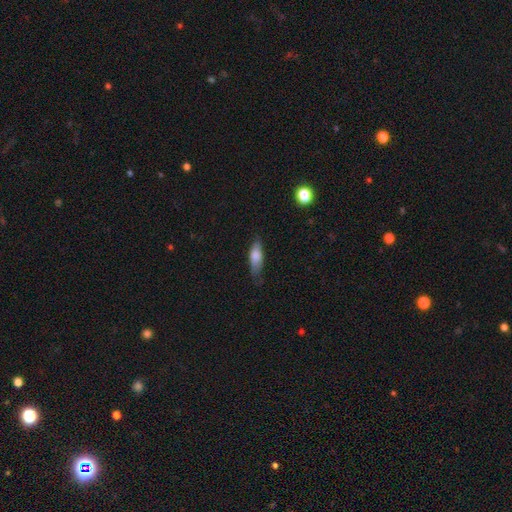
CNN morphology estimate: Smooth or featured?
  - smooth: 75% *
  - featured or disk: 18%
  - star or artifact: 7%
How rounded?
  - in between: 60% *
  - cigar-shaped: 38%
  - round: 2%
Merging?
  - none: 67% *
  - minor disturbance: 25%
  - major disturbance: 6%
  - merger: 1%